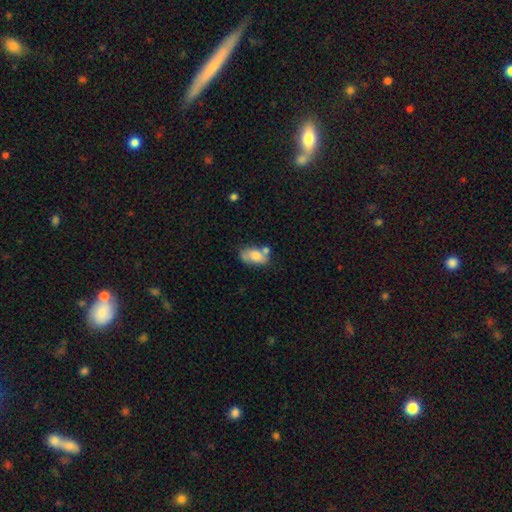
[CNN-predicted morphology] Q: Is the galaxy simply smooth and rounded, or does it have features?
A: smooth — 70%.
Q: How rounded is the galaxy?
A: in between — 90%.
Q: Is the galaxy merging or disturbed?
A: none — 45%.